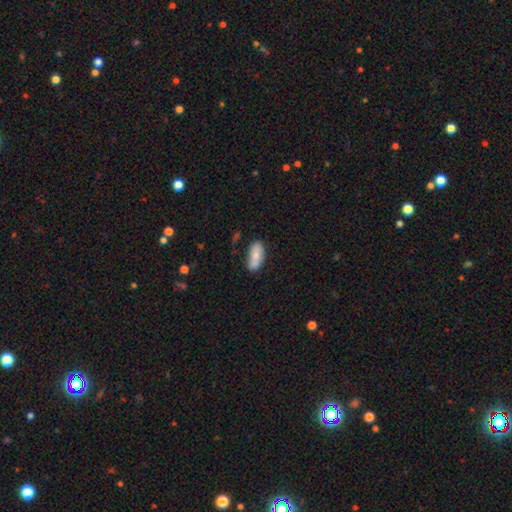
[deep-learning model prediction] The model was most divided on "smooth or featured": smooth: 69%, featured or disk: 25%, star or artifact: 6%. More confident: how rounded — in between (85%); merging — none (72%).